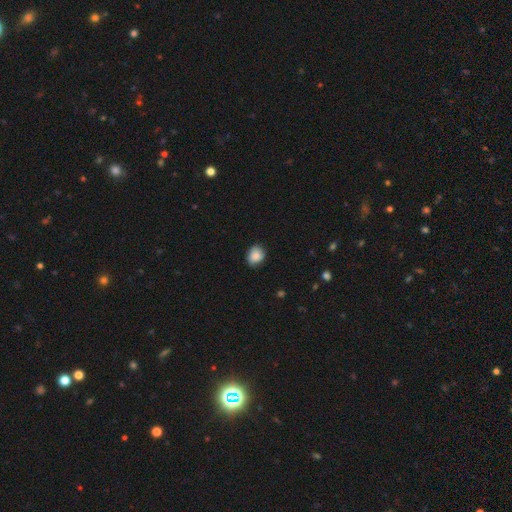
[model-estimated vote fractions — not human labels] Morphology: type=smooth (86%); roundness=round (58%); merging=none (78%).